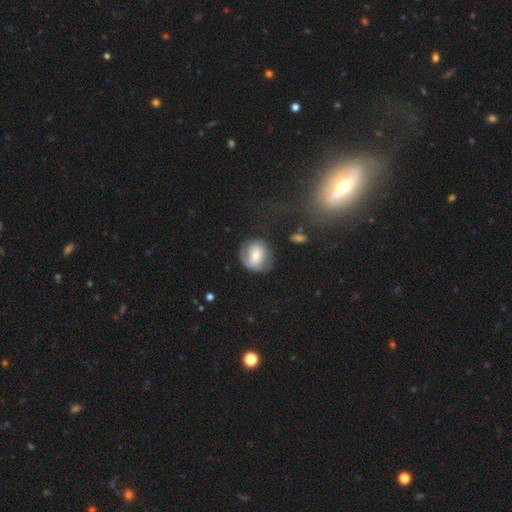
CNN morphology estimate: Smooth or featured? featured or disk (49%)
Merging? none (69%)